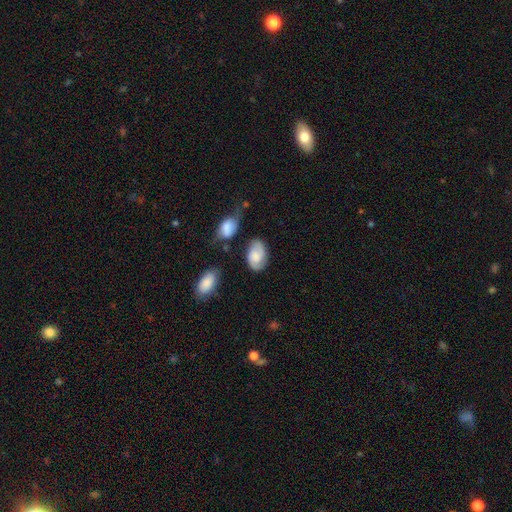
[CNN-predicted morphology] smooth-or-featured: smooth: 54% | featured or disk: 38% | star or artifact: 8%
  how-rounded: in between: 87% | round: 12% | cigar-shaped: 1%
  merging: none: 61% | minor disturbance: 24% | major disturbance: 8% | merger: 6%